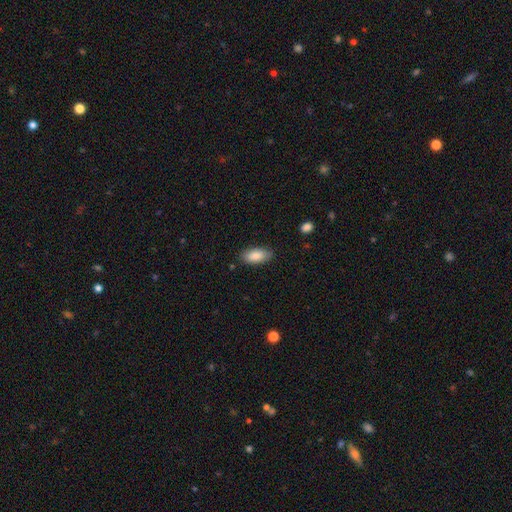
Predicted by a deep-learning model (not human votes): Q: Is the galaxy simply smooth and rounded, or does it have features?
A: smooth — 87%.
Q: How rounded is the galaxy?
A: in between — 90%.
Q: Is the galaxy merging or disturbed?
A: none — 85%.